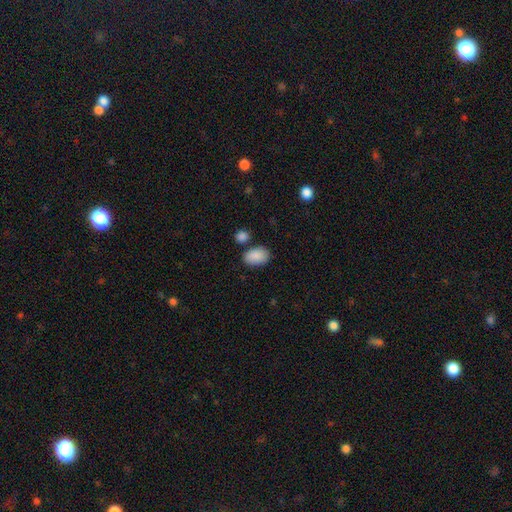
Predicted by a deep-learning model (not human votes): This appears to be a smooth galaxy with no disk features (89%) that is in between round and cigar-shaped (88%). Merging: none (73%).